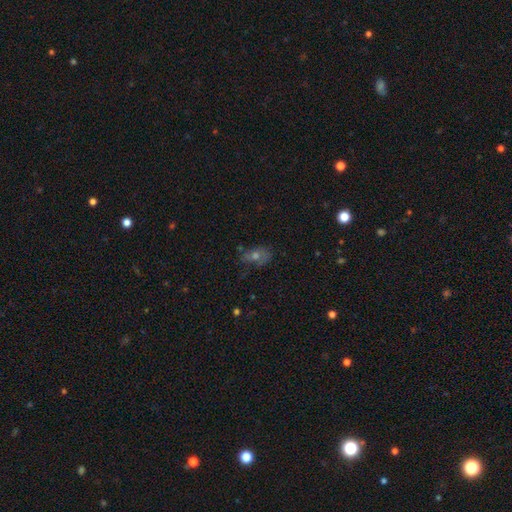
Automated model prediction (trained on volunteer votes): Morphology: type=smooth (43%); merging=none (58%).